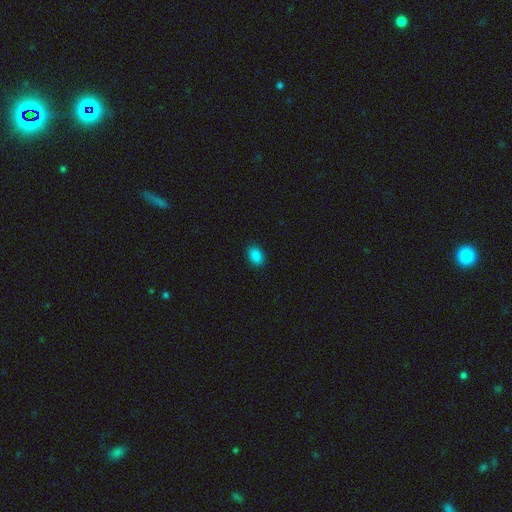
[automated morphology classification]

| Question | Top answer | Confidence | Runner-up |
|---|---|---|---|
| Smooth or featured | smooth | 87% | star or artifact (11%) |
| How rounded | in between | 80% | round (19%) |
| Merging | none | 89% | minor disturbance (8%) |